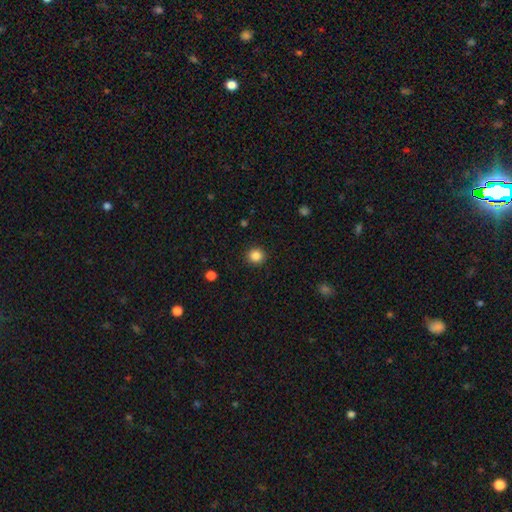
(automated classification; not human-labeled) Smooth or featured? Predicted: smooth (p=0.86). How rounded? Predicted: round (p=0.91). Merging? Predicted: none (p=0.92).